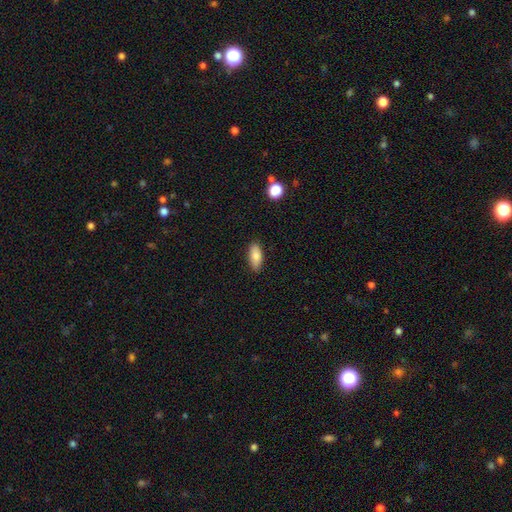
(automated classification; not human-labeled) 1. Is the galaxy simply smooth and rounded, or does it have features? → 84% smooth, 9% featured or disk, 7% star or artifact.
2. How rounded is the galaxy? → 84% in between, 14% cigar-shaped, 3% round.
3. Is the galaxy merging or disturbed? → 87% none, 10% minor disturbance, 2% major disturbance, 1% merger.